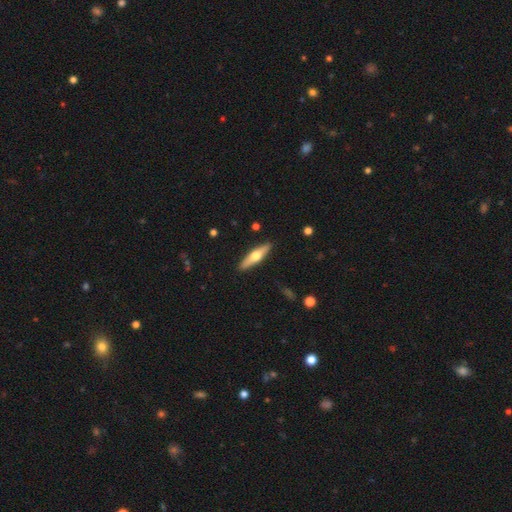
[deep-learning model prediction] A featured or disk galaxy (53%) viewed edge-on (92%).

Vote fractions:
- Smooth or featured? featured or disk: 53% / smooth: 42% / star or artifact: 5%
- Edge-on disk? yes: 92% / no: 8%
- Merging? none: 90% / minor disturbance: 7% / major disturbance: 2% / merger: 1%